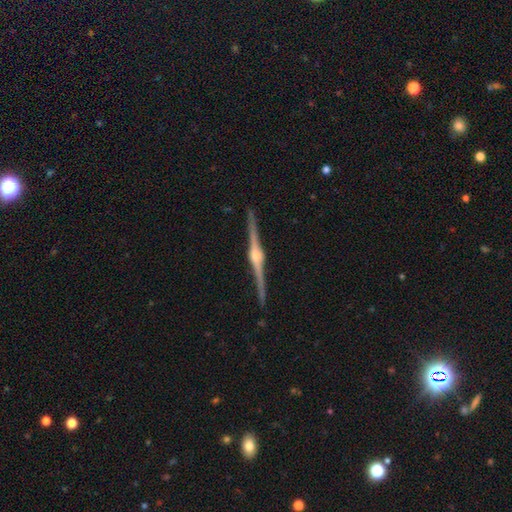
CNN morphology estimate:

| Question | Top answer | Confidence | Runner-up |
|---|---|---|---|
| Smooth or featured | featured or disk | 91% | smooth (5%) |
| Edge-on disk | yes | 99% | no (1%) |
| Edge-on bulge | rounded | 90% | boxy (6%) |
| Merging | none | 93% | minor disturbance (5%) |